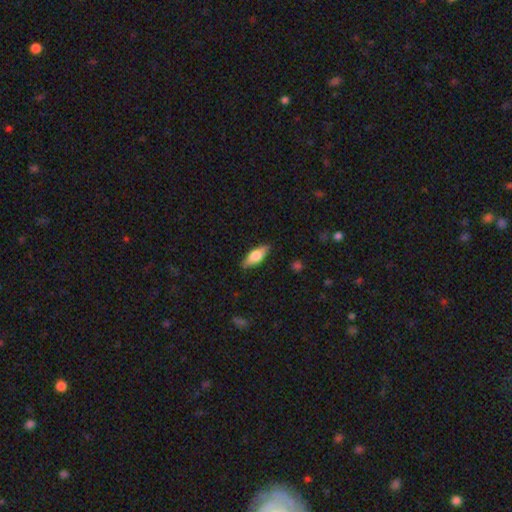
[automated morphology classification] Q: Smooth or featured?
A: smooth (62%); runner-up: featured or disk (31%)
Q: How rounded?
A: in between (69%); runner-up: cigar-shaped (28%)
Q: Merging?
A: none (85%); runner-up: minor disturbance (11%)